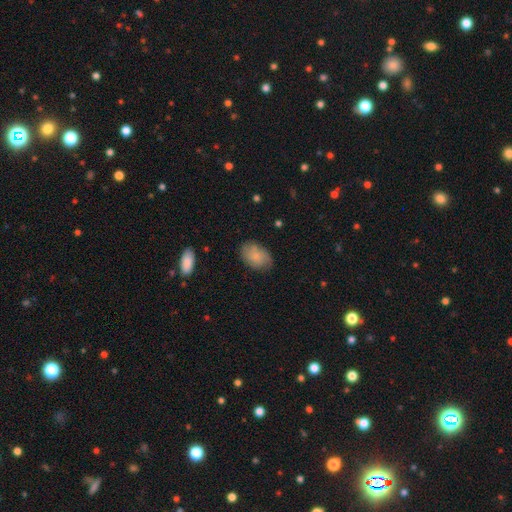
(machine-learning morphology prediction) A smooth galaxy with no disk features (75%) that is in between round and cigar-shaped (84%). Merging: none (71%).